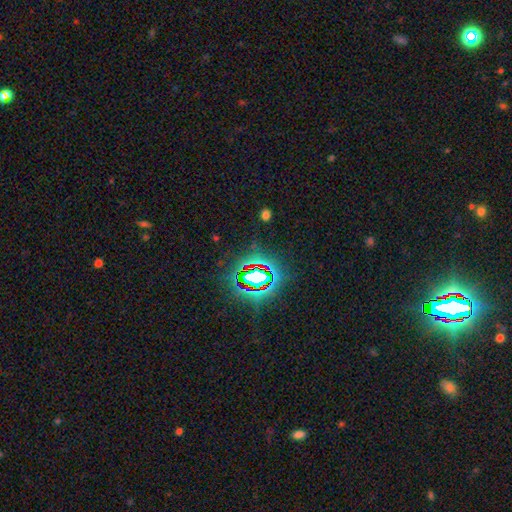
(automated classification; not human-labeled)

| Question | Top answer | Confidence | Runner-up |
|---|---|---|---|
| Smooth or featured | star or artifact | 80% | smooth (12%) |